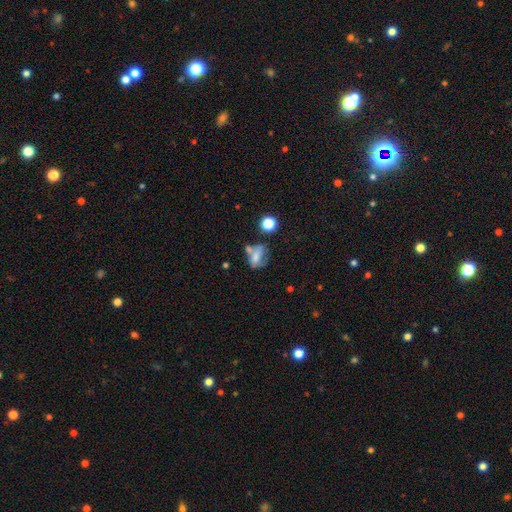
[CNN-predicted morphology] This appears to be a smooth galaxy with no disk features (51%) that is in between round and cigar-shaped (67%). Merging: none (31%).